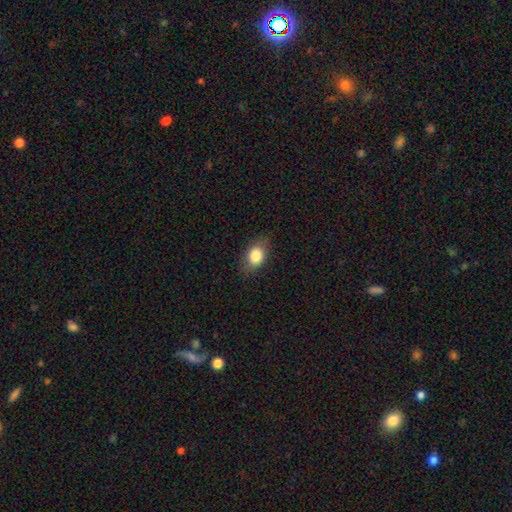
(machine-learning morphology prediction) The model was most divided on "how rounded": in between: 77%, round: 21%, cigar-shaped: 2%. More confident: smooth or featured — smooth (82%); merging — none (81%).